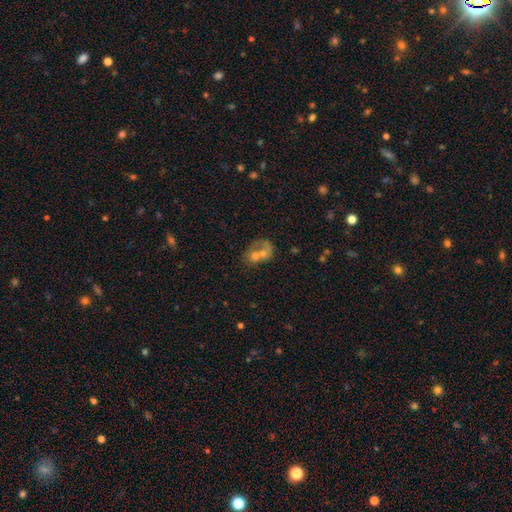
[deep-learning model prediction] Q: Smooth or featured?
A: smooth (46%); runner-up: featured or disk (40%)
Q: Merging?
A: merger (66%); runner-up: none (17%)